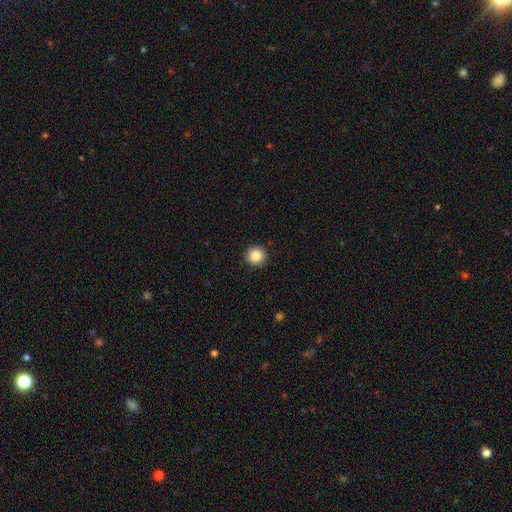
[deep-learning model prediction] Smooth or featured: smooth — 87% (star or artifact — 9%)
How rounded: round — 95% (in between — 4%)
Merging: none — 92% (minor disturbance — 5%)